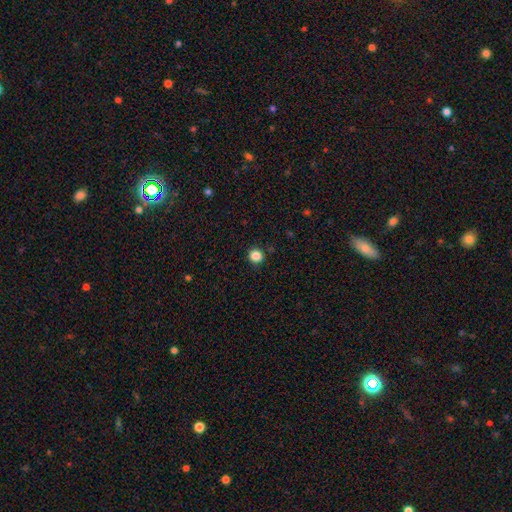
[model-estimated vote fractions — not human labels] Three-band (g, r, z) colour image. It shows a smooth galaxy with no disk features (85%) that is round (93%). Merging: none (91%).